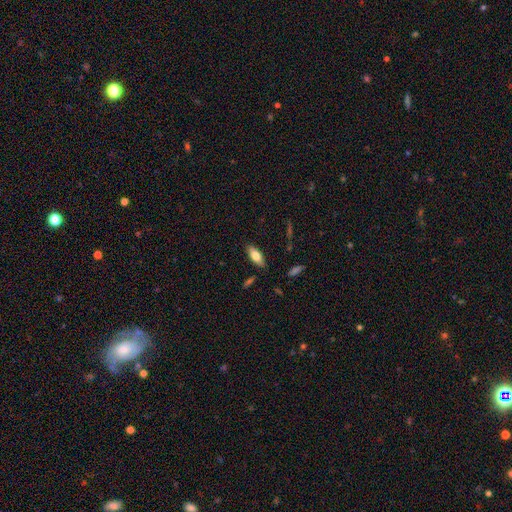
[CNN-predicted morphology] Smooth or featured? smooth (73%)
How rounded? in between (79%)
Merging? none (85%)